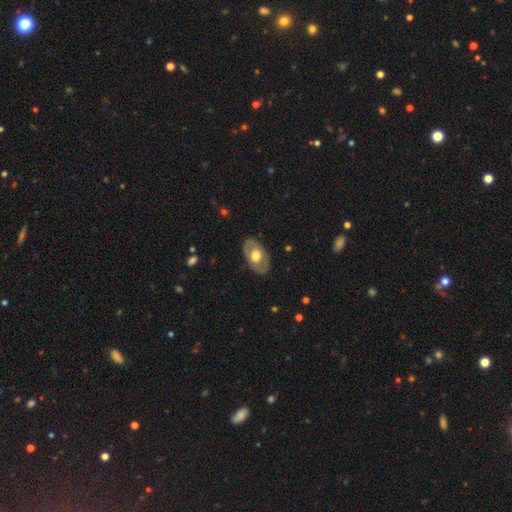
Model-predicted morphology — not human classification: This appears to be a featured or disk galaxy (49%). Merging: none (81%).